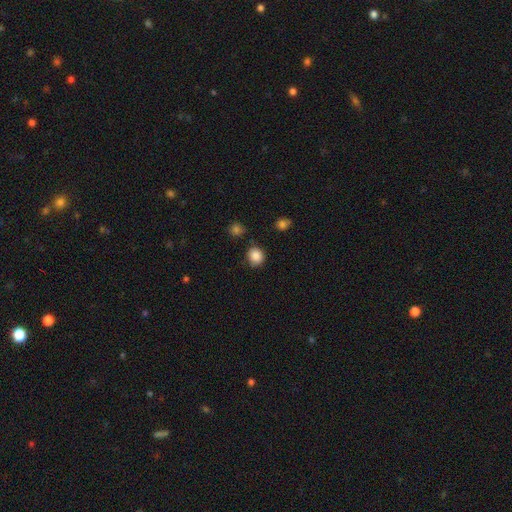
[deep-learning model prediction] Smooth or featured? smooth (86%)
How rounded? round (82%)
Merging? none (80%)